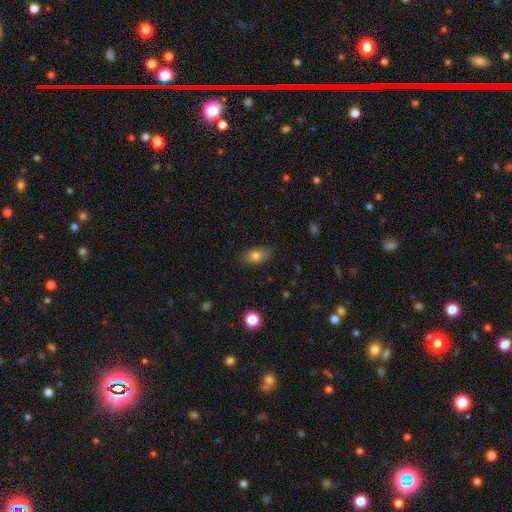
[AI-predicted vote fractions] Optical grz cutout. It shows a smooth galaxy with no disk features (76%) that is in between round and cigar-shaped (87%). Merging: none (84%).